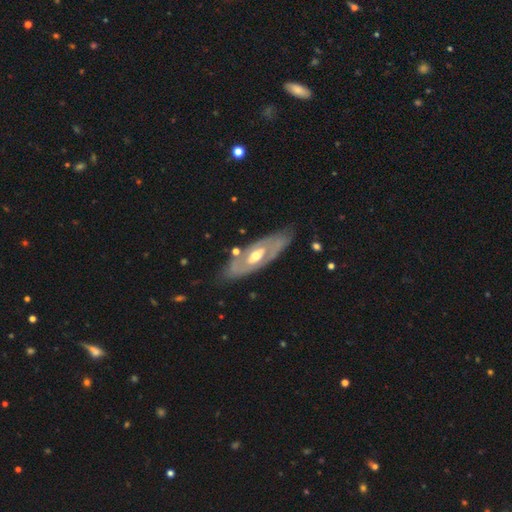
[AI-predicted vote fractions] Q: Smooth or featured?
A: featured or disk (72%); runner-up: smooth (23%)
Q: Edge-on disk?
A: no (82%); runner-up: yes (18%)
Q: Bar?
A: no (66%); runner-up: weak (24%)
Q: Spiral arms?
A: no (66%); runner-up: yes (34%)
Q: Bulge size?
A: moderate (70%); runner-up: small (20%)
Q: Merging?
A: none (73%); runner-up: minor disturbance (17%)